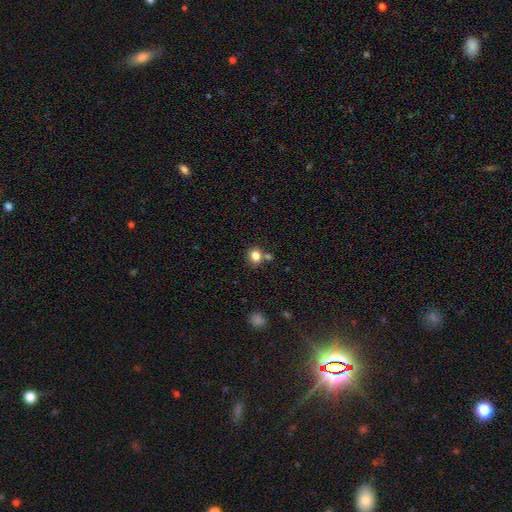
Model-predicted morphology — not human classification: smooth_or_featured: smooth (p=0.82) [alt: star or artifact p=0.11]
how_rounded: round (p=0.73) [alt: in between p=0.26]
merging: none (p=0.67) [alt: merger p=0.18]